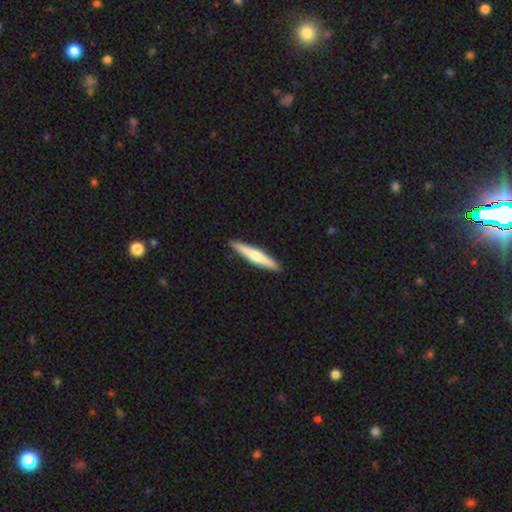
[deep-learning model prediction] Overall: featured or disk (49%; smooth 46%). Merging: none (92%).